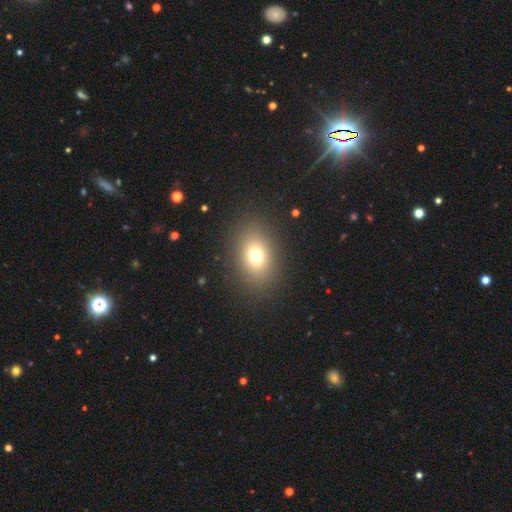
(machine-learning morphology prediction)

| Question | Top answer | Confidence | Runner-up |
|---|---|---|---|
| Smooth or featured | smooth | 73% | star or artifact (15%) |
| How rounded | in between | 66% | round (33%) |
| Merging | none | 87% | minor disturbance (7%) |